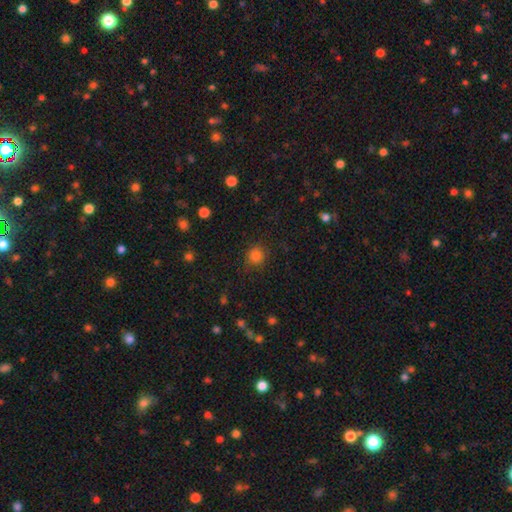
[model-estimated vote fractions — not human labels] Smooth or featured? Predicted: smooth (p=0.82). How rounded? Predicted: round (p=0.88). Merging? Predicted: none (p=0.82).